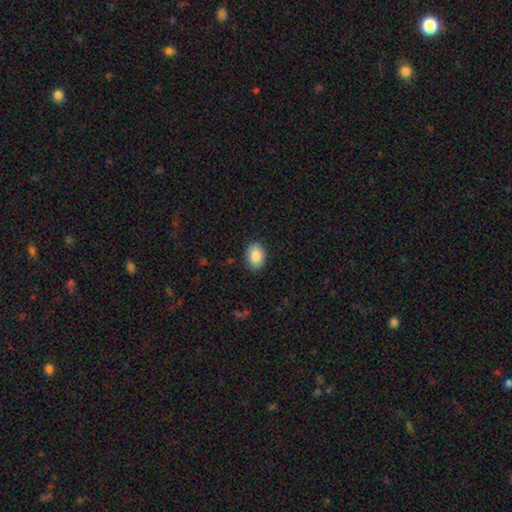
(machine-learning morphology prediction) The model was most divided on "how rounded": in between: 73%, round: 26%, cigar-shaped: 1%. More confident: merging — none (89%); smooth or featured — smooth (86%).